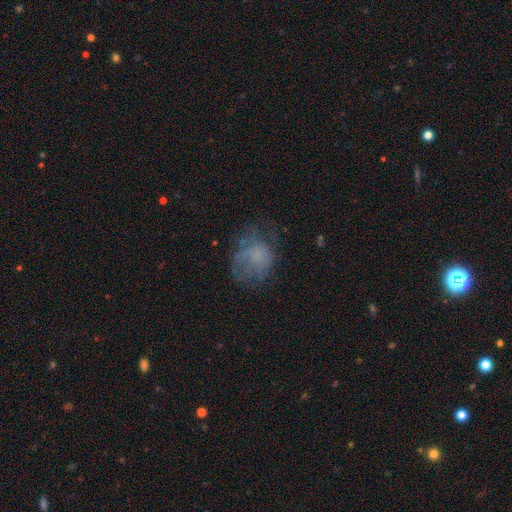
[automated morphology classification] A smooth galaxy with no disk features (52%) that is round (52%). Merging: none (46%).